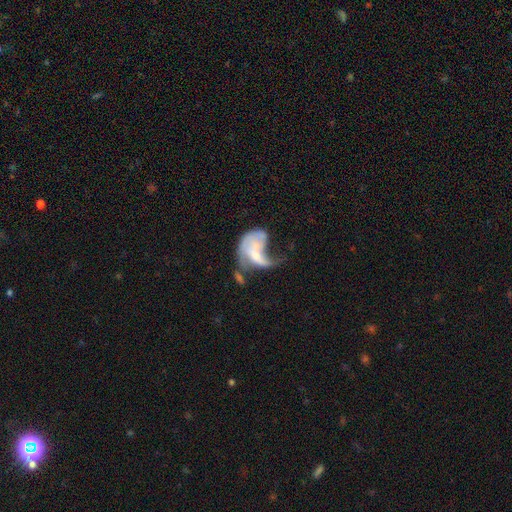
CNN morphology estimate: Smooth or featured? featured or disk (62%)
Edge-on disk? no (96%)
Bar? no (68%)
Spiral arms? yes (54%)
Bulge size? small (41%)
Merging? major disturbance (52%)